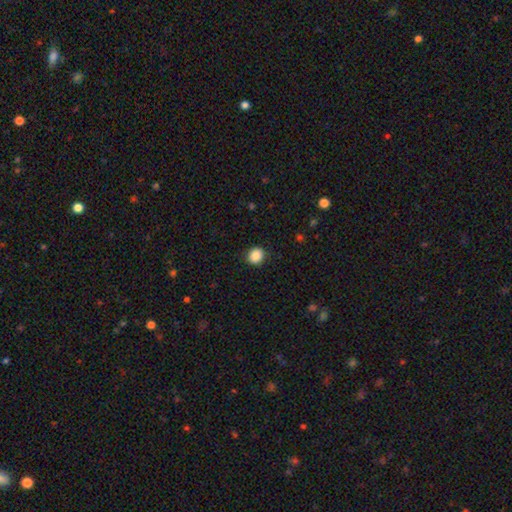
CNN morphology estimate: A smooth galaxy with no disk features (88%) that is round (83%). Merging: none (90%).